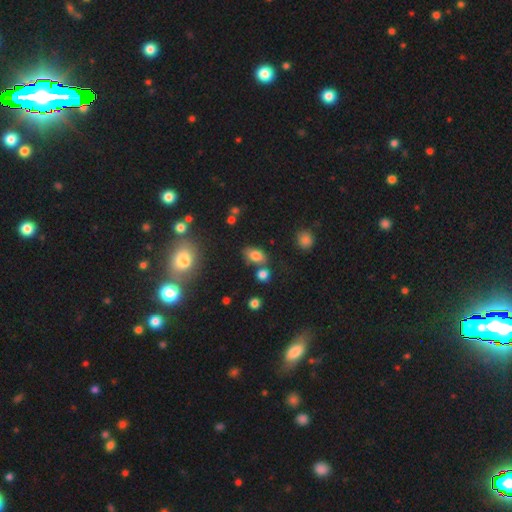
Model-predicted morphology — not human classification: The model was most divided on "merging": none: 65%, merger: 15%, minor disturbance: 15%, major disturbance: 5%. More confident: how rounded — in between (85%); smooth or featured — smooth (76%).